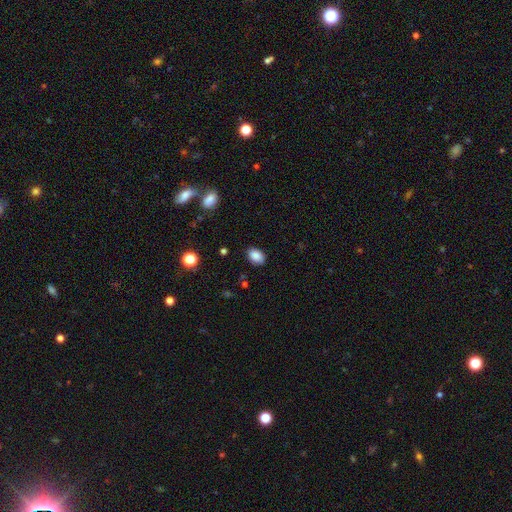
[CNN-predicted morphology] The model was most divided on "how rounded": in between: 80%, round: 19%, cigar-shaped: 1%. More confident: smooth or featured — smooth (87%); merging — none (85%).